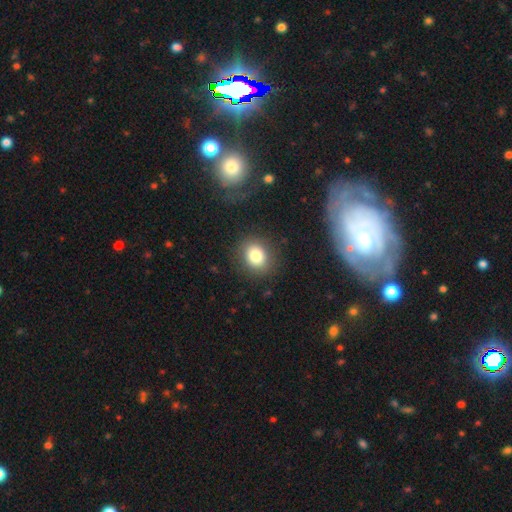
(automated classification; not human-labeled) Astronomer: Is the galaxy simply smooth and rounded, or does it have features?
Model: smooth — 79%.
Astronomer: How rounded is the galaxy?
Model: round — 67%.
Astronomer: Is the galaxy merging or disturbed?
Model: none — 85%.